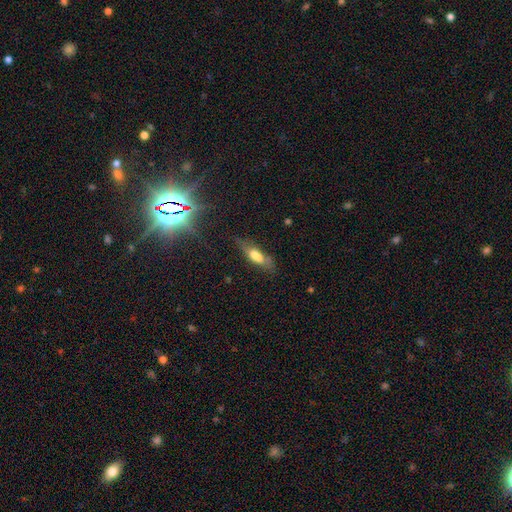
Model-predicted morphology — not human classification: smooth_or_featured: smooth (p=0.59) [alt: featured or disk p=0.30]
how_rounded: cigar-shaped (p=0.52) [alt: in between p=0.45]
merging: none (p=0.57) [alt: minor disturbance p=0.24]